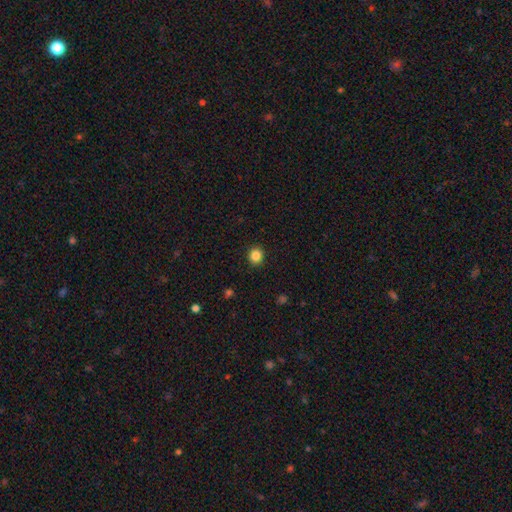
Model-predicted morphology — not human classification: A smooth galaxy with no disk features (86%) that is round (88%). Merging: none (92%).